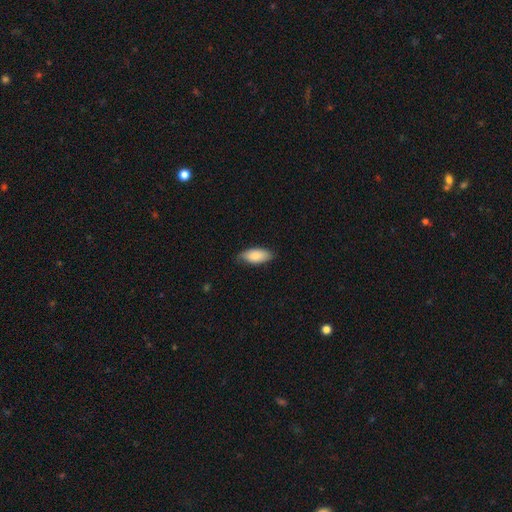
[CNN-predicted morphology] Overall: smooth (85%). How rounded: in between (89%). Merging: none (75%).